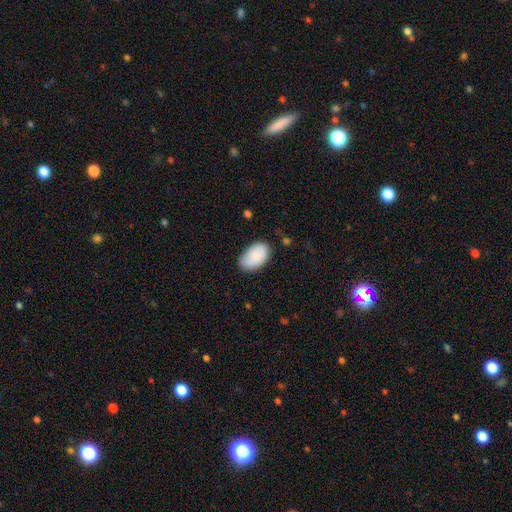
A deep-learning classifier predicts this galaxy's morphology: Smooth or featured? Predicted: smooth (p=0.84). How rounded? Predicted: in between (p=0.93). Merging? Predicted: none (p=0.73).